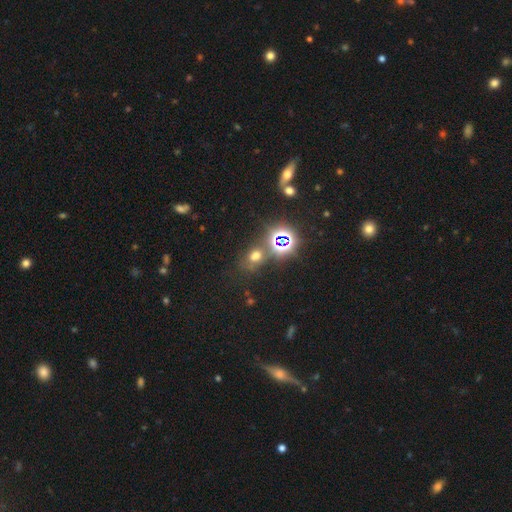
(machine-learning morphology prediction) smooth 50%, star or artifact 41%, featured or disk 9%. Down the decision tree: how rounded — round (53%); merging — none (63%).